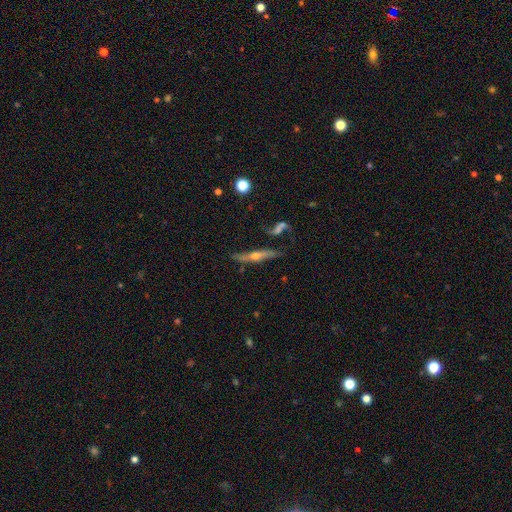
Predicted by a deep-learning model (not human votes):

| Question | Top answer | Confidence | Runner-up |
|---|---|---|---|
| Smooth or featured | featured or disk | 67% | smooth (25%) |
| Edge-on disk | yes | 91% | no (9%) |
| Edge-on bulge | rounded | 88% | none (9%) |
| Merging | none | 72% | minor disturbance (16%) |